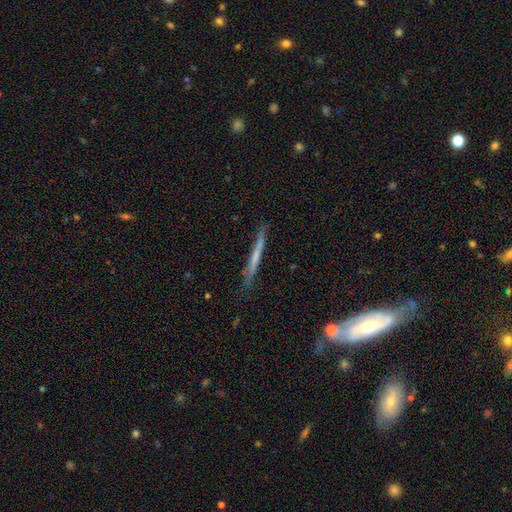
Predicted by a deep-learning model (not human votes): Q: Smooth or featured?
A: smooth (49%); runner-up: featured or disk (45%)
Q: Merging?
A: none (81%); runner-up: minor disturbance (14%)